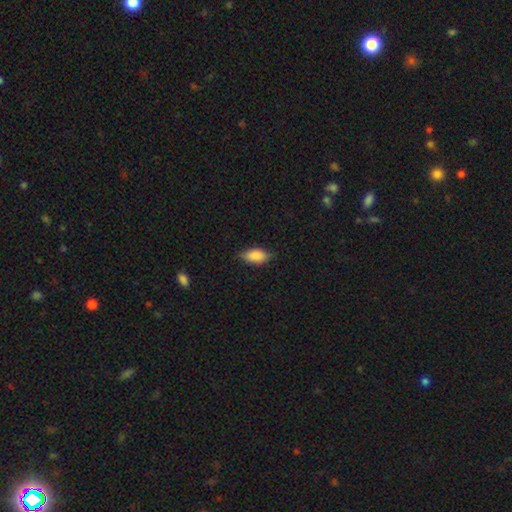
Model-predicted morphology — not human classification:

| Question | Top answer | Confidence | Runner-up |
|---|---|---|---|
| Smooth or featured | smooth | 85% | featured or disk (8%) |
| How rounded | in between | 91% | cigar-shaped (6%) |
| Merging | none | 78% | minor disturbance (18%) |